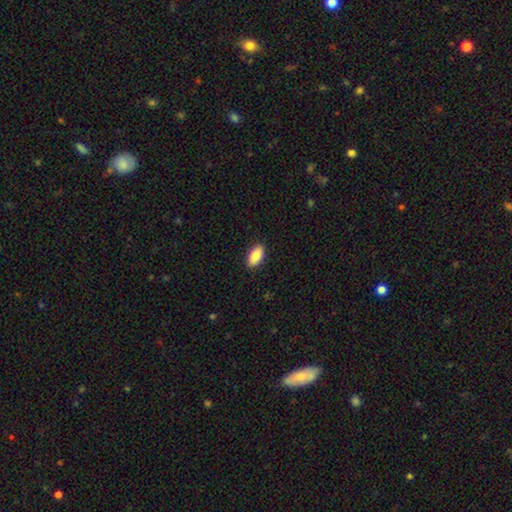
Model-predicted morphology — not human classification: This is clearly a smooth galaxy (83%). How rounded: clearly in between (90%). Merging: clearly none (89%).